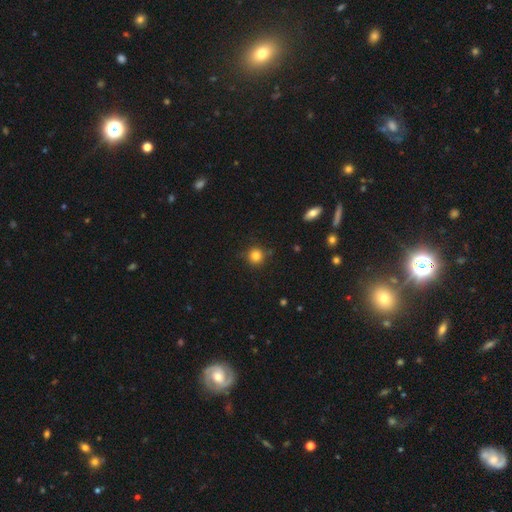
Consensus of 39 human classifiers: Q: Smooth or featured?
A: smooth (87%); runner-up: featured or disk (8%)
Q: How rounded?
A: round (97%); runner-up: in between (3%)
Q: Merging?
A: none (92%); runner-up: minor disturbance (8%)